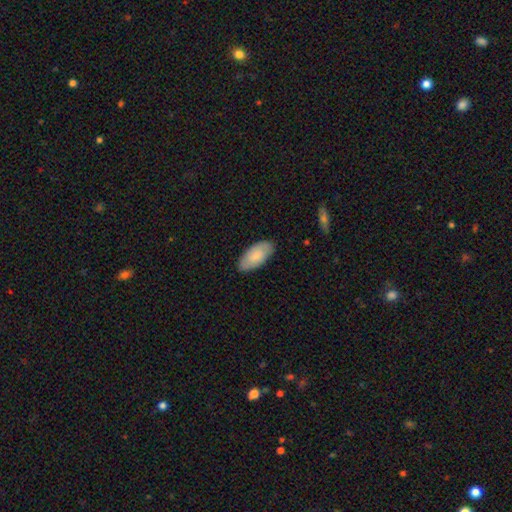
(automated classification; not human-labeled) A smooth galaxy with no disk features (78%) that is in between round and cigar-shaped (93%).

Vote fractions:
- Smooth or featured? smooth: 78% / featured or disk: 16% / star or artifact: 5%
- How rounded? in between: 93% / cigar-shaped: 5% / round: 2%
- Merging? none: 84% / minor disturbance: 13% / major disturbance: 2% / merger: 1%